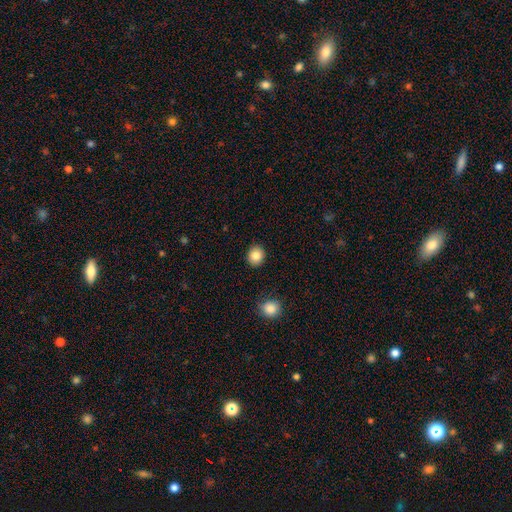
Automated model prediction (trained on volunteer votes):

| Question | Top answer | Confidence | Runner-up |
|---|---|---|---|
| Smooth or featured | smooth | 85% | star or artifact (9%) |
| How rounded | round | 80% | in between (20%) |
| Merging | none | 90% | minor disturbance (6%) |